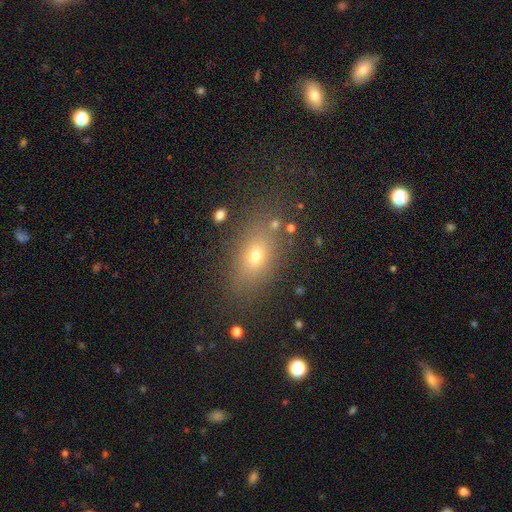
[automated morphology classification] Smooth or featured?
  - smooth: 64% *
  - star or artifact: 20%
  - featured or disk: 16%
How rounded?
  - in between: 72% *
  - round: 21%
  - cigar-shaped: 7%
Merging?
  - none: 79% *
  - minor disturbance: 12%
  - major disturbance: 6%
  - merger: 4%